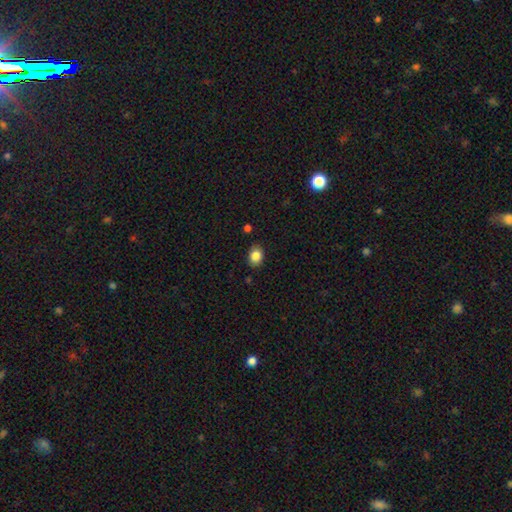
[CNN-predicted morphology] A smooth galaxy with no disk features (85%) that is in between round and cigar-shaped (62%). Merging: none (84%).